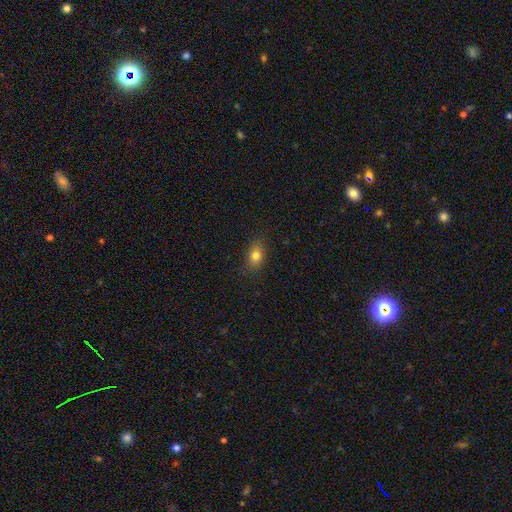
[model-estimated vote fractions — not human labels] Smooth or featured?
  - smooth: 79% *
  - star or artifact: 11%
  - featured or disk: 10%
How rounded?
  - in between: 73% *
  - round: 24%
  - cigar-shaped: 3%
Merging?
  - none: 84% *
  - minor disturbance: 12%
  - major disturbance: 3%
  - merger: 1%